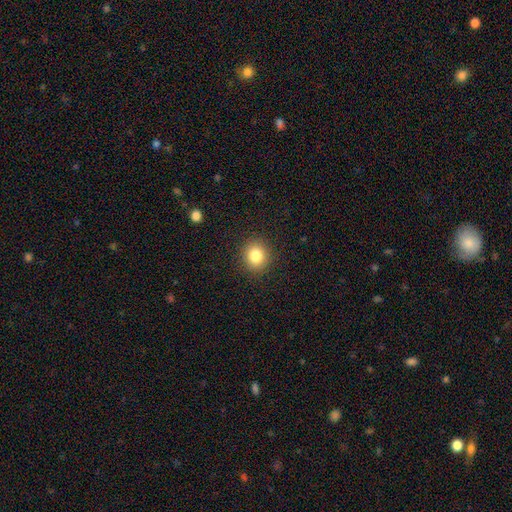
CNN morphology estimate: smooth-or-featured: smooth: 83% | star or artifact: 11% | featured or disk: 6%
  how-rounded: round: 83% | in between: 17% | cigar-shaped: 1%
  merging: none: 90% | minor disturbance: 6% | major disturbance: 2% | merger: 1%